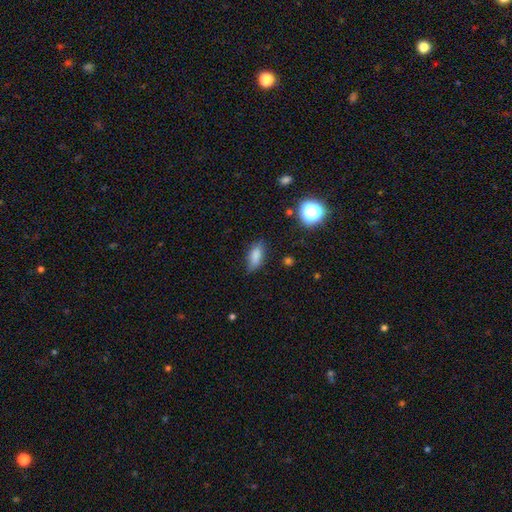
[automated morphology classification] The model was most divided on "merging": none: 74%, minor disturbance: 21%, major disturbance: 4%, merger: 2%. More confident: smooth or featured — smooth (80%); how rounded — in between (80%).